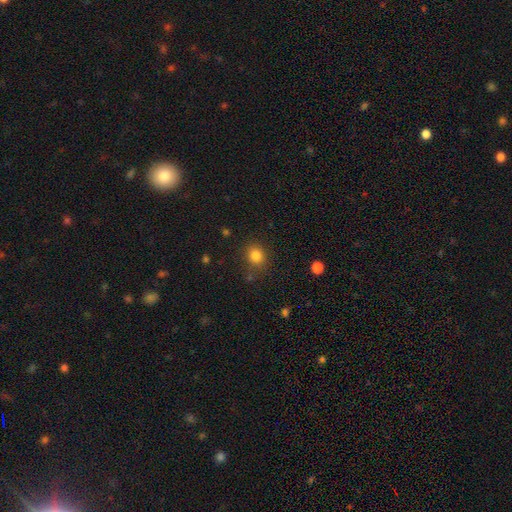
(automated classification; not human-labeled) Smooth or featured? smooth (83%)
How rounded? round (76%)
Merging? none (82%)